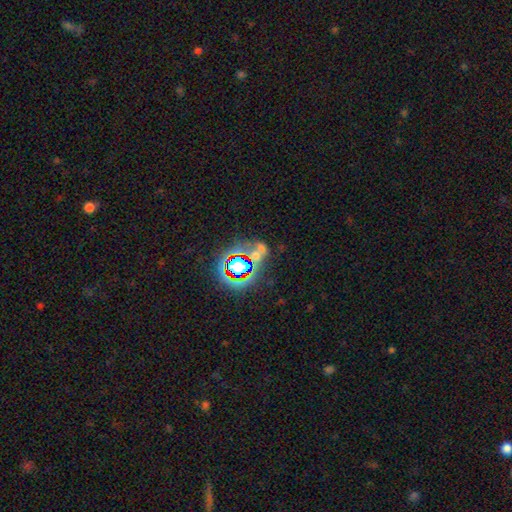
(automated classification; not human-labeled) Smooth or featured? star or artifact (65%)